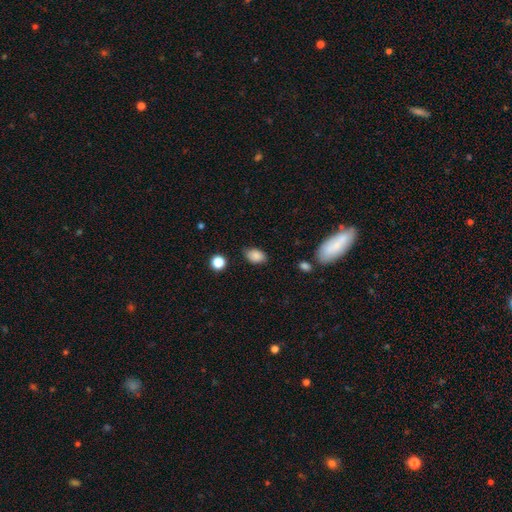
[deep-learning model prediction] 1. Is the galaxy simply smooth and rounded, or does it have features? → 86% smooth, 9% star or artifact, 5% featured or disk.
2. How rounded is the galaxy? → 83% in between, 16% round, 1% cigar-shaped.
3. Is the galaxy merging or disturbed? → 76% none, 18% minor disturbance, 4% major disturbance, 2% merger.